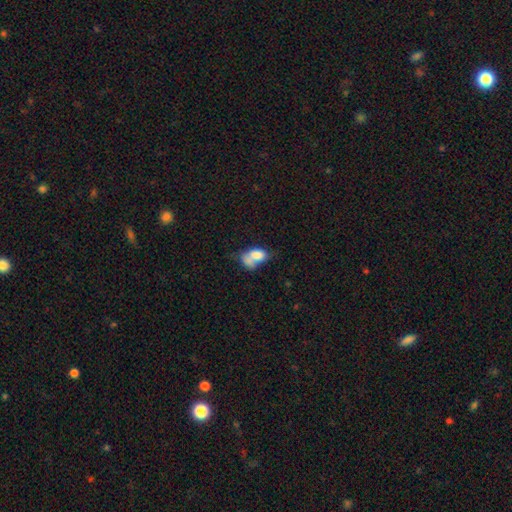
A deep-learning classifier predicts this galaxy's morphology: Q: Smooth or featured?
A: smooth (74%); runner-up: featured or disk (17%)
Q: How rounded?
A: in between (86%); runner-up: round (12%)
Q: Merging?
A: merger (56%); runner-up: none (19%)